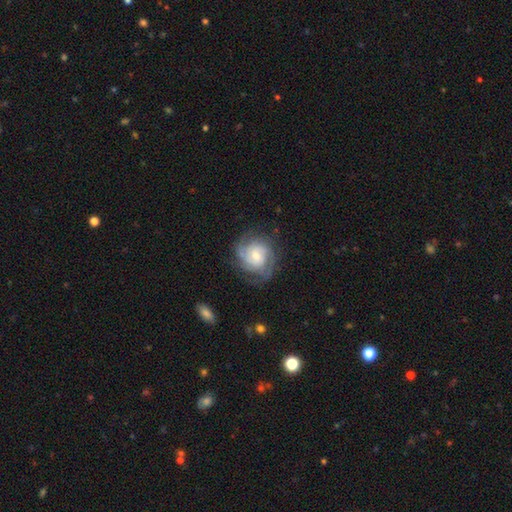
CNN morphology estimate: This appears to be a featured or disk galaxy (78%) with no bar (58%), 2 (33%) tight (56%) spiral arms (95%) and a moderate central bulge (45%). Merging: none (71%).